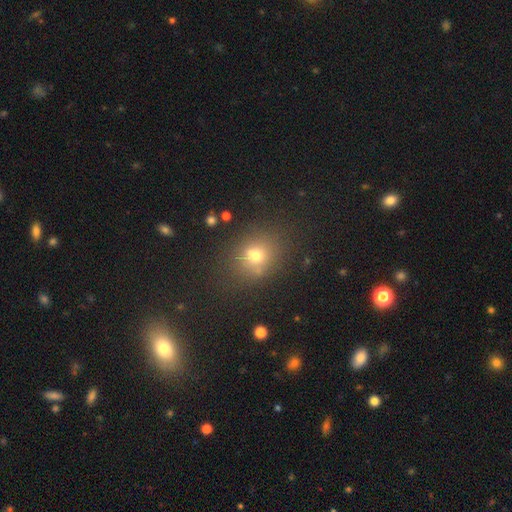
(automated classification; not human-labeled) smooth-or-featured: smooth: 64% | star or artifact: 20% | featured or disk: 16%
  how-rounded: round: 63% | in between: 36% | cigar-shaped: 1%
  merging: none: 66% | merger: 14% | minor disturbance: 14% | major disturbance: 6%